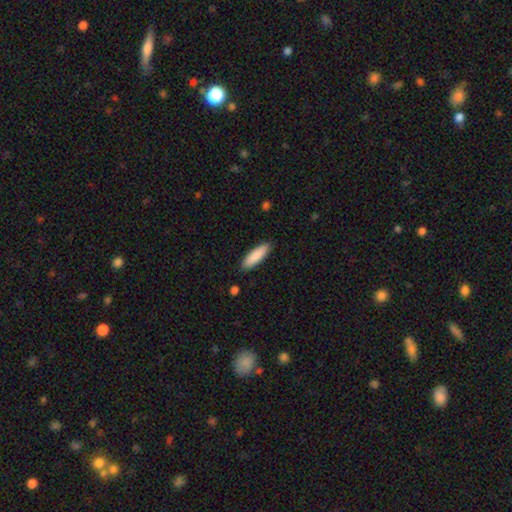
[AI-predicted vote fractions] The model was most divided on "how rounded": cigar-shaped: 59%, in between: 40%, round: 1%. More confident: merging — none (89%); smooth or featured — smooth (87%).